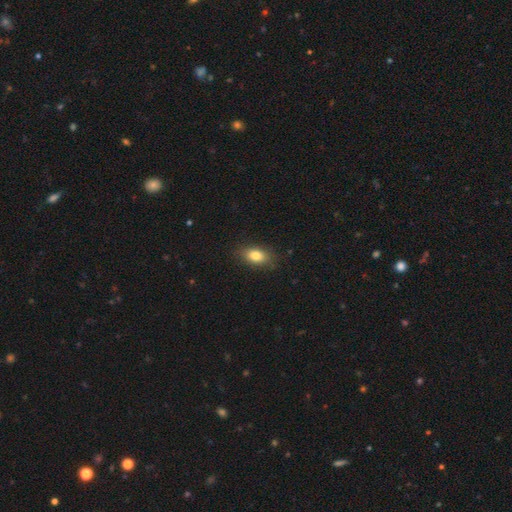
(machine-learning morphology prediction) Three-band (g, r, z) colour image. It shows a smooth galaxy with no disk features (82%) that is in between round and cigar-shaped (84%). Merging: none (83%).